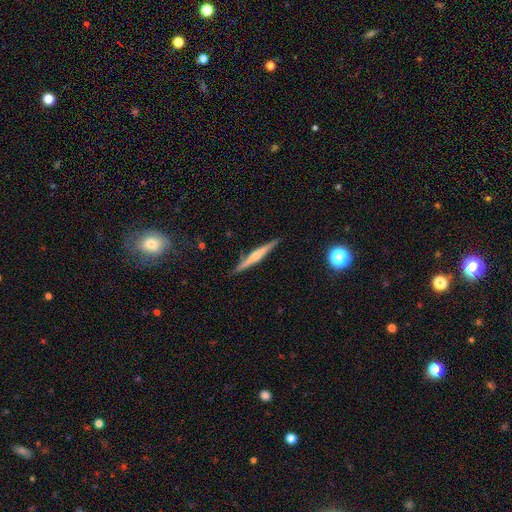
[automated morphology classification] Smooth or featured: featured or disk — 66% (smooth — 28%)
Edge-on disk: yes — 98% (no — 2%)
Edge-on bulge: rounded — 80% (none — 14%)
Merging: none — 88% (minor disturbance — 9%)